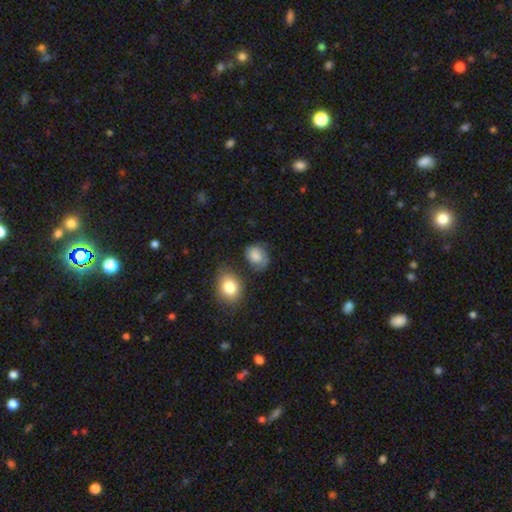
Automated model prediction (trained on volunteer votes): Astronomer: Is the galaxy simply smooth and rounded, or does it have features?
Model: smooth — 65%.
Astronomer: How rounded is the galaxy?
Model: round — 51% (runner-up: in between, 48%).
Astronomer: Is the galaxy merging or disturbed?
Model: none — 56%.